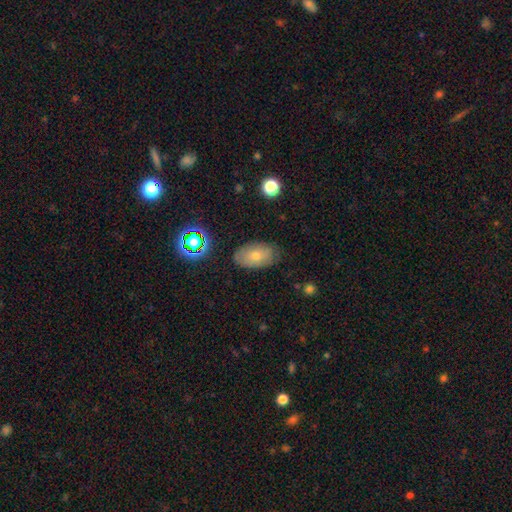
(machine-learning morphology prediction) Smooth or featured? smooth (62%)
How rounded? in between (91%)
Merging? none (81%)